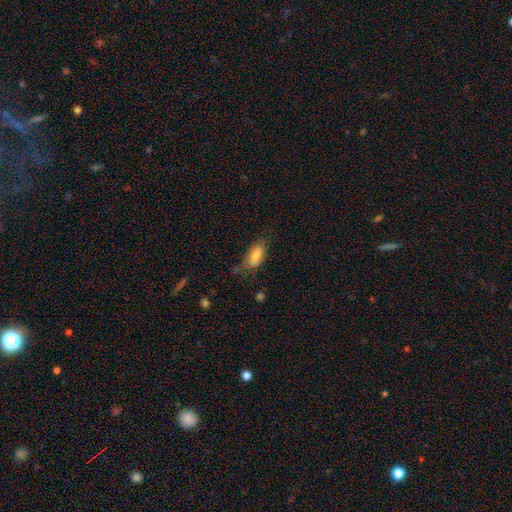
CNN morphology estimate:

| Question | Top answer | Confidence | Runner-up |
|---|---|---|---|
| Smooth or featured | smooth | 78% | featured or disk (15%) |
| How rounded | in between | 89% | cigar-shaped (7%) |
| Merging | none | 56% | minor disturbance (30%) |